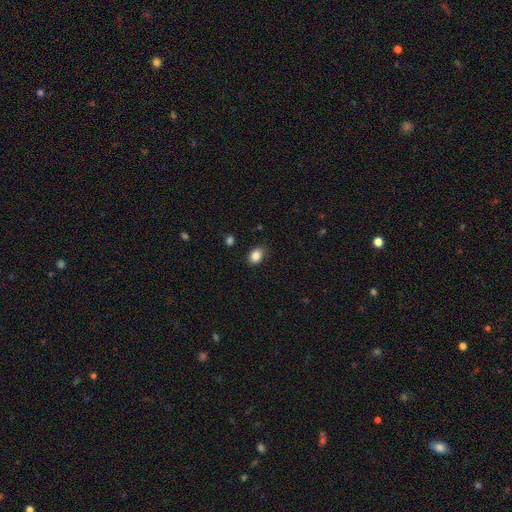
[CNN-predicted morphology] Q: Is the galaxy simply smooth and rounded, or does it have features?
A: smooth — 86%.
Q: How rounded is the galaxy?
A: in between — 72%.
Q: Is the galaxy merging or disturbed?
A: none — 79%.